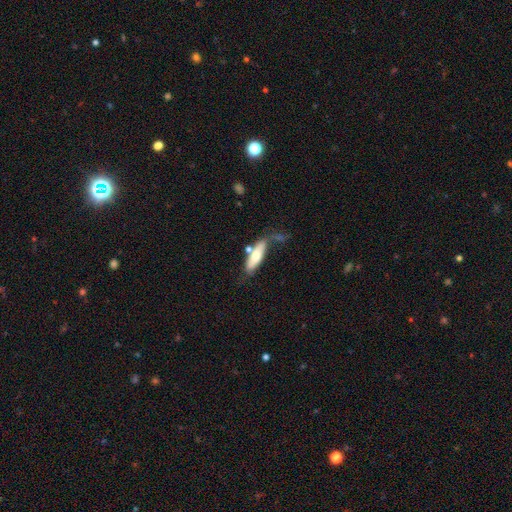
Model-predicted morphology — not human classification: Smooth or featured?
  - smooth: 64% *
  - featured or disk: 30%
  - star or artifact: 6%
How rounded?
  - in between: 52% *
  - cigar-shaped: 46%
  - round: 2%
Merging?
  - none: 42% *
  - minor disturbance: 24%
  - merger: 20%
  - major disturbance: 13%